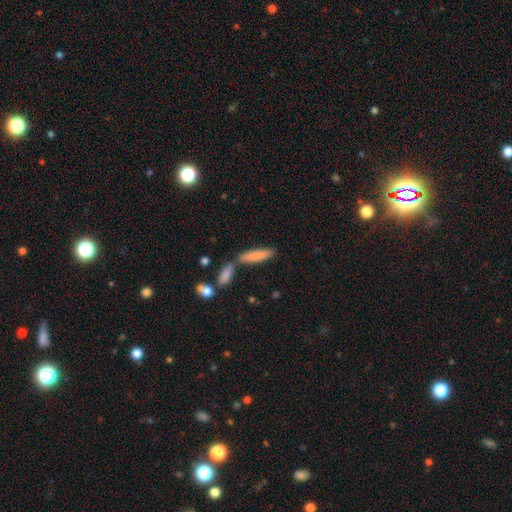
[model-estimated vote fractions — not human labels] Smooth or featured?
  - smooth: 80% *
  - featured or disk: 13%
  - star or artifact: 7%
How rounded?
  - cigar-shaped: 71% *
  - in between: 27%
  - round: 2%
Merging?
  - none: 55% *
  - merger: 29%
  - minor disturbance: 12%
  - major disturbance: 4%